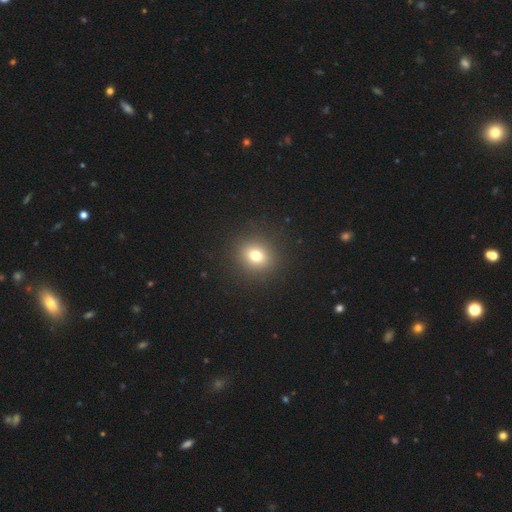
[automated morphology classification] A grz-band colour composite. It shows a smooth galaxy with no disk features (74%) that is round (81%). Merging: none (90%).